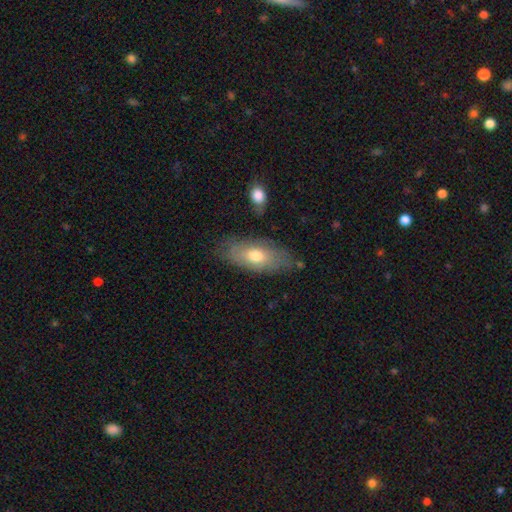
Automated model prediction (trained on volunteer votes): Morphology: type=smooth (62%); roundness=in between (85%); merging=none (73%).